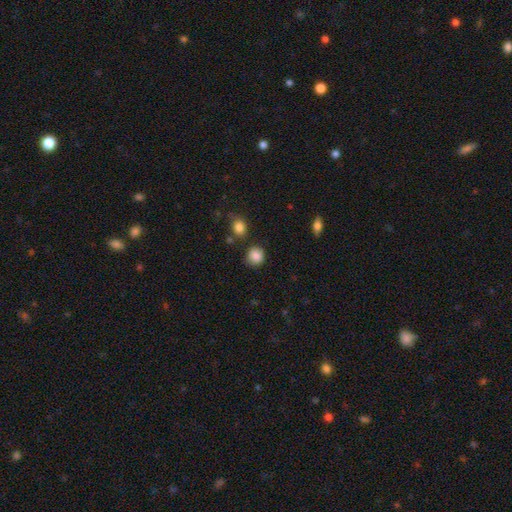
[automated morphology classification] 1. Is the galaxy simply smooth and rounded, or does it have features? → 87% smooth, 9% star or artifact, 4% featured or disk.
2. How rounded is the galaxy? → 86% round, 13% in between, 1% cigar-shaped.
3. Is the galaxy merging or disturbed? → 82% none, 11% minor disturbance, 4% merger, 3% major disturbance.